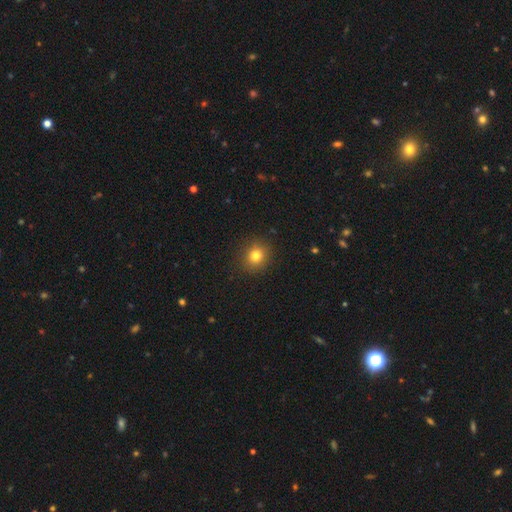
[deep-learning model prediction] smooth 79%, star or artifact 13%, featured or disk 8%. Down the decision tree: how rounded — round (82%); merging — none (90%).